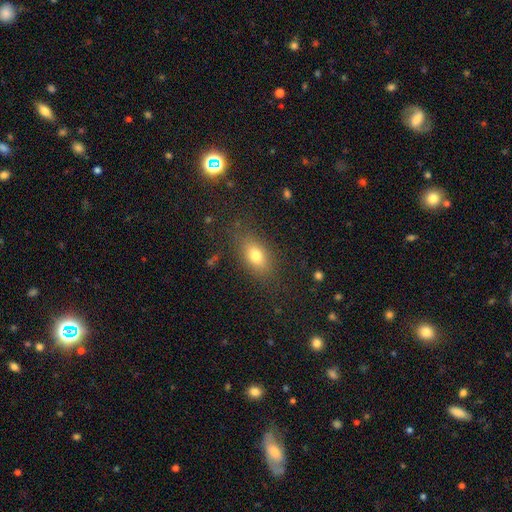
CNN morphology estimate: This is likely a smooth galaxy (75%). How rounded: clearly in between (81%). Merging: clearly none (81%).